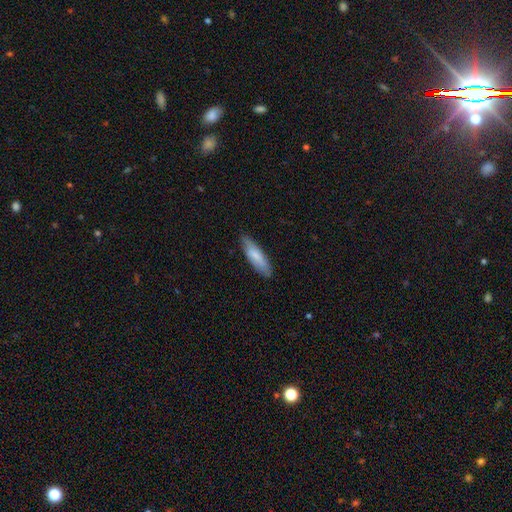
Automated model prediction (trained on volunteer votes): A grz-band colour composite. It shows a smooth galaxy with no disk features (76%) that is cigar-shaped (61%). Merging: none (83%).